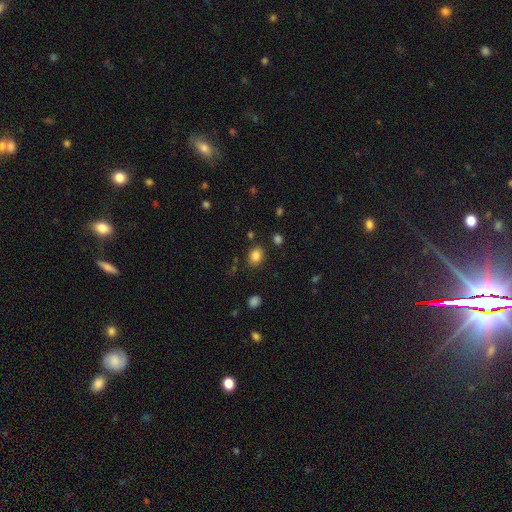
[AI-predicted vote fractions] A smooth galaxy with no disk features (84%) that is in between round and cigar-shaped (59%).

Vote fractions:
- Smooth or featured? smooth: 84% / star or artifact: 10% / featured or disk: 5%
- How rounded? in between: 59% / round: 40% / cigar-shaped: 1%
- Merging? none: 84% / minor disturbance: 10% / major disturbance: 3% / merger: 3%